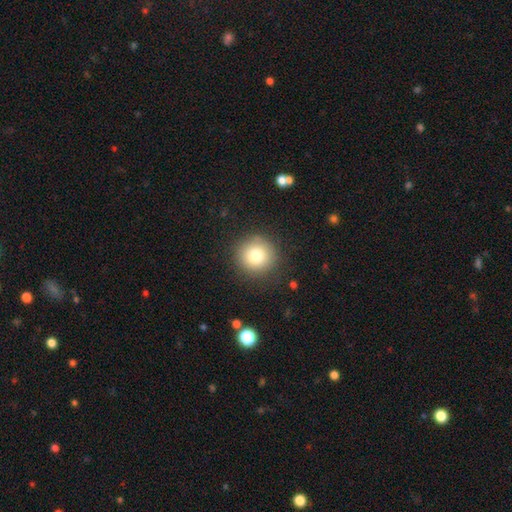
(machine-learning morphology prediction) type=smooth (79%); roundness=round (95%); merging=none (88%).